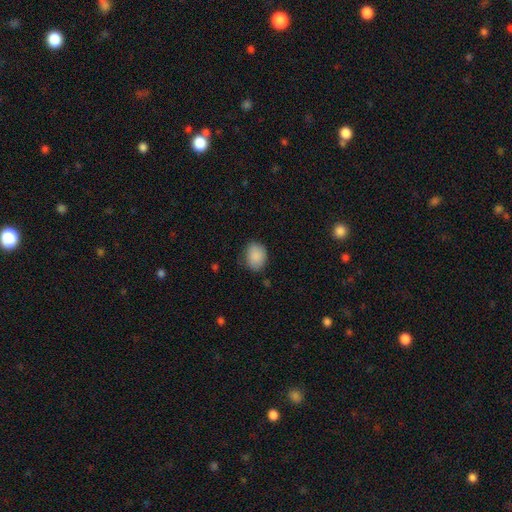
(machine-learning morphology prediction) type=smooth (88%); roundness=in between (56%); merging=none (73%).